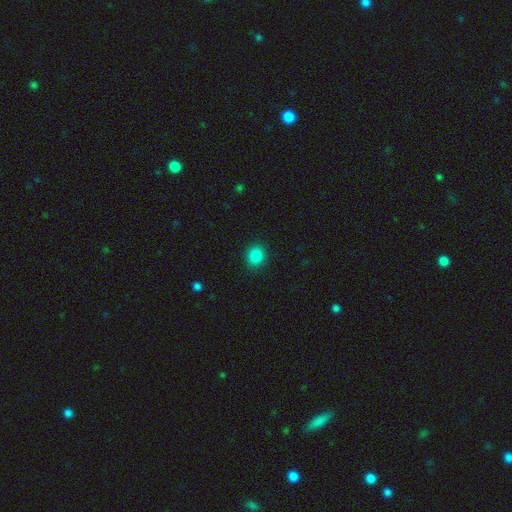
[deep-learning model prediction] Smooth or featured? Predicted: smooth (p=0.85). How rounded? Predicted: round (p=0.69). Merging? Predicted: none (p=0.90).